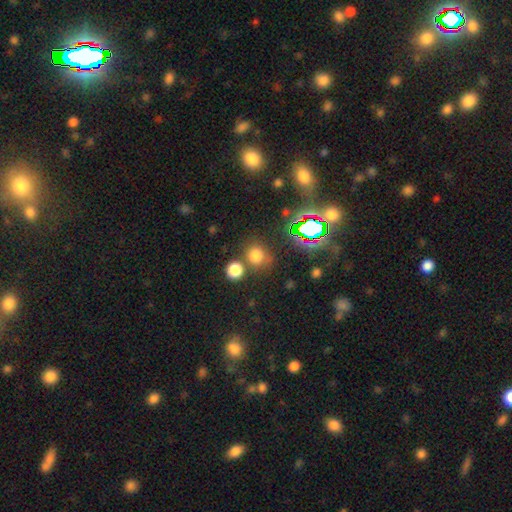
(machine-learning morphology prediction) Smooth or featured?
  - smooth: 73% *
  - star or artifact: 21%
  - featured or disk: 6%
How rounded?
  - round: 83% *
  - in between: 16%
  - cigar-shaped: 1%
Merging?
  - none: 70% *
  - merger: 14%
  - minor disturbance: 11%
  - major disturbance: 5%